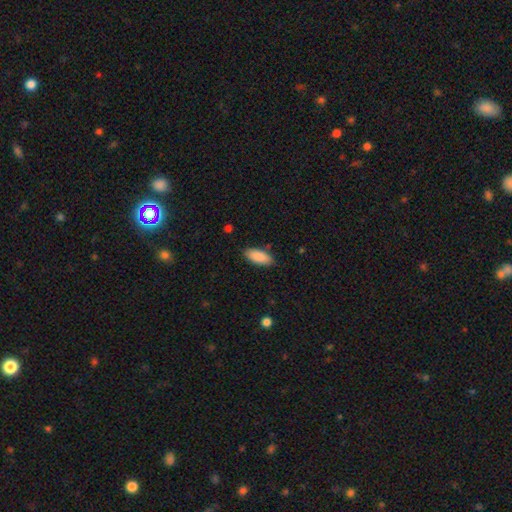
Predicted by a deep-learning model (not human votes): A smooth galaxy with no disk features (88%) that is in between round and cigar-shaped (82%).

Vote fractions:
- Smooth or featured? smooth: 88% / star or artifact: 6% / featured or disk: 5%
- How rounded? in between: 82% / cigar-shaped: 16% / round: 2%
- Merging? none: 86% / minor disturbance: 10% / major disturbance: 2% / merger: 1%